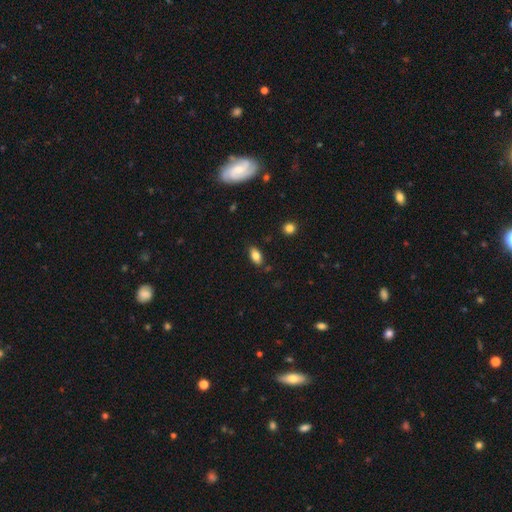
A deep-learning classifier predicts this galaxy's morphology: smooth 81%, featured or disk 10%, star or artifact 8%. Down the decision tree: how rounded — in between (90%); merging — none (83%).